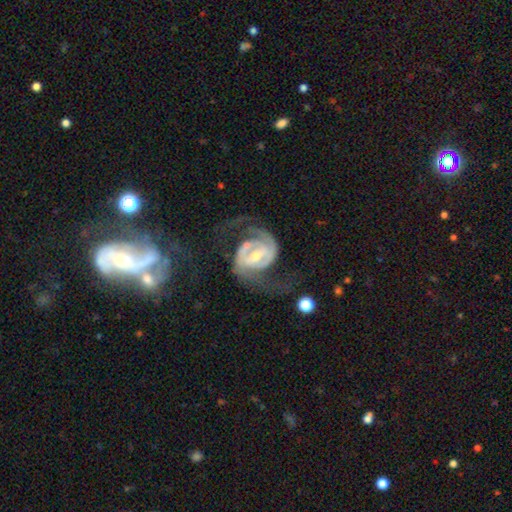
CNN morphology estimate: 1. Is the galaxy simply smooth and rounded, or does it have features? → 90% featured or disk, 5% smooth, 5% star or artifact.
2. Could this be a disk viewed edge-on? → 97% no, 3% yes.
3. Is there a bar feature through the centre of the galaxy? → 43% strong, 40% weak, 17% no.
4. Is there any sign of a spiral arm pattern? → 96% yes, 4% no.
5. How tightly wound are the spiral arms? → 49% medium, 28% loose, 23% tight.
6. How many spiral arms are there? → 90% 2, 3% can't tell, 3% 3, 2% 1, 1% 4, 1% more than 4.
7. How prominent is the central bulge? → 50% moderate, 43% small, 4% large, 2% none, 1% dominant.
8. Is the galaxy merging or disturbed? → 58% none, 22% major disturbance, 15% minor disturbance, 5% merger.